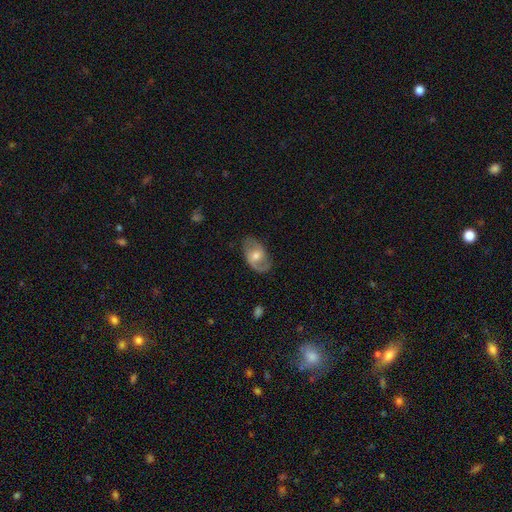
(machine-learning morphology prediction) This is possibly a featured or disk galaxy (59%). It is clearly not viewed edge-on (93%). Bar: possibly no (45%). Spiral arm pattern: likely yes (71%). Central bulge: likely moderate (66%). Merging: likely none (73%).